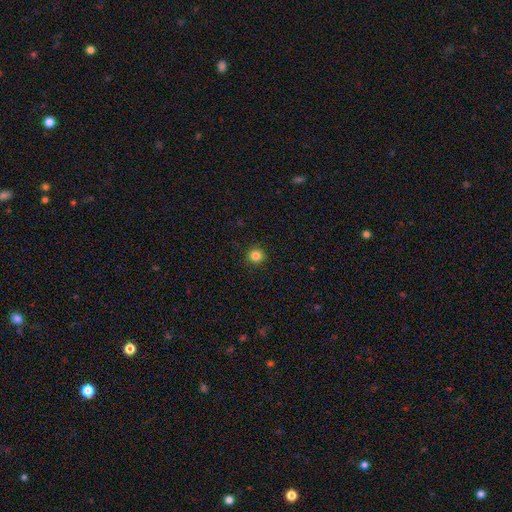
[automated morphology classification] Q: Smooth or featured?
A: smooth (84%); runner-up: star or artifact (12%)
Q: How rounded?
A: round (94%); runner-up: in between (5%)
Q: Merging?
A: none (92%); runner-up: minor disturbance (5%)